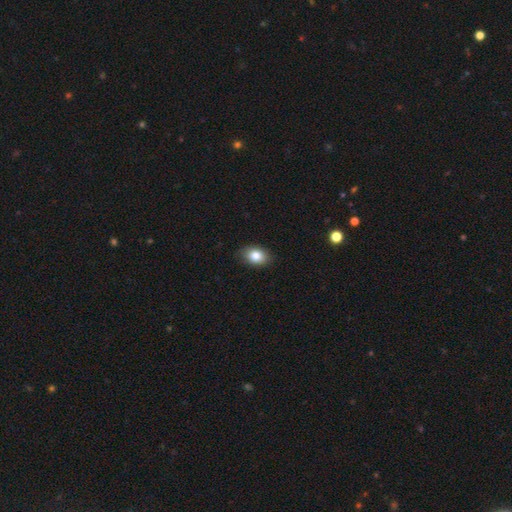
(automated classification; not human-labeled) A smooth galaxy with no disk features (82%) that is in between round and cigar-shaped (80%). Merging: none (88%).